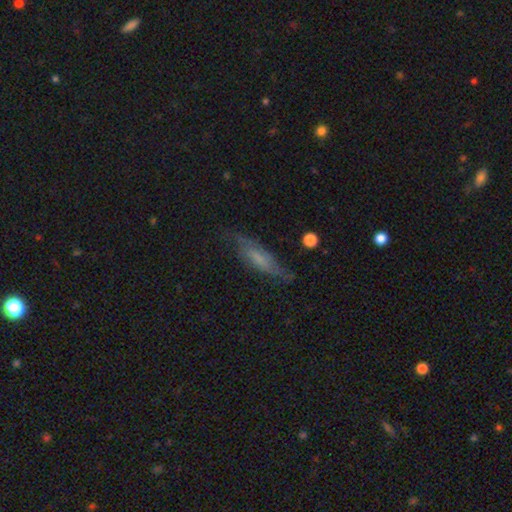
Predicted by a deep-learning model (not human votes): Overall: featured or disk (49%; smooth 40%). Merging: none (68%).